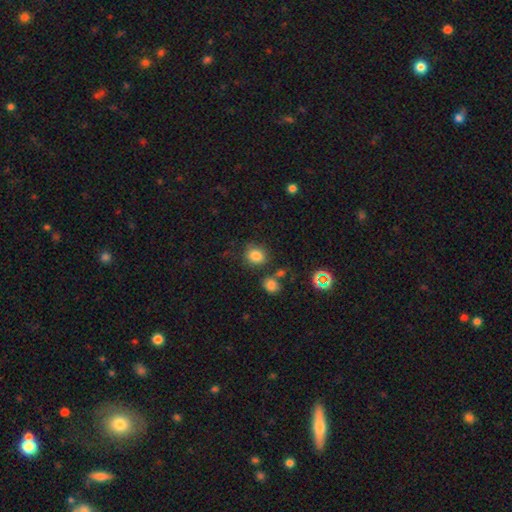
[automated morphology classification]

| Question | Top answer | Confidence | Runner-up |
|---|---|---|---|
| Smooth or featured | smooth | 82% | star or artifact (13%) |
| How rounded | round | 75% | in between (24%) |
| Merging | none | 77% | minor disturbance (12%) |